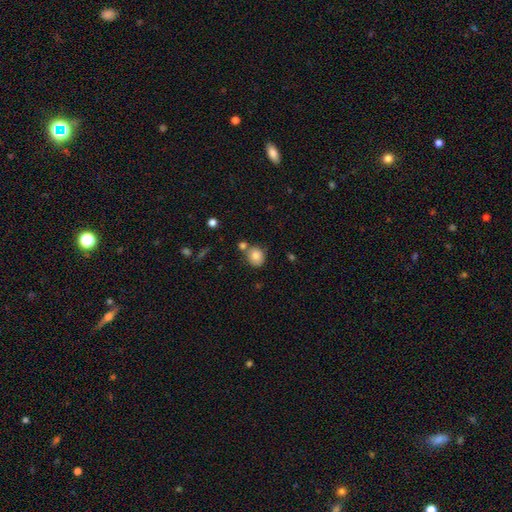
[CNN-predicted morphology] smooth 81%, featured or disk 10%, star or artifact 9%. Down the decision tree: how rounded — round (76%); merging — none (64%).